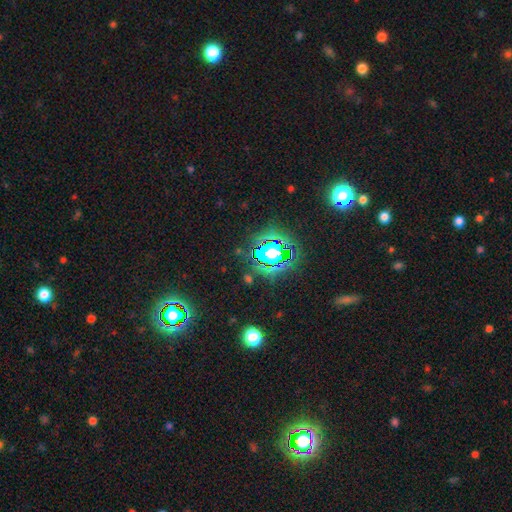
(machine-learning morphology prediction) smooth-or-featured: star or artifact: 81% | smooth: 11% | featured or disk: 7%